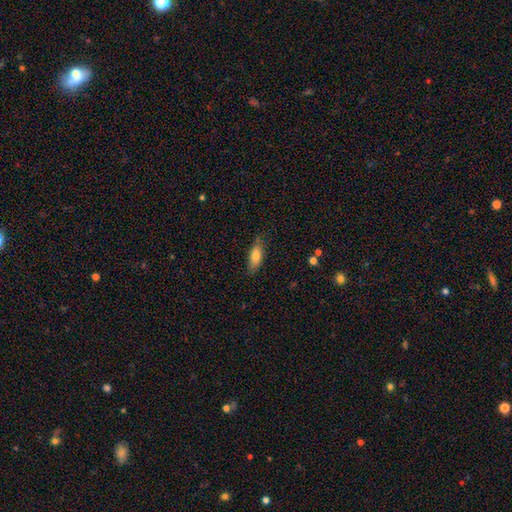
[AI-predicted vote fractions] A smooth galaxy with no disk features (77%) that is in between round and cigar-shaped (67%).

Vote fractions:
- Smooth or featured? smooth: 77% / featured or disk: 16% / star or artifact: 7%
- How rounded? in between: 67% / cigar-shaped: 30% / round: 2%
- Merging? none: 79% / minor disturbance: 17% / major disturbance: 3% / merger: 1%